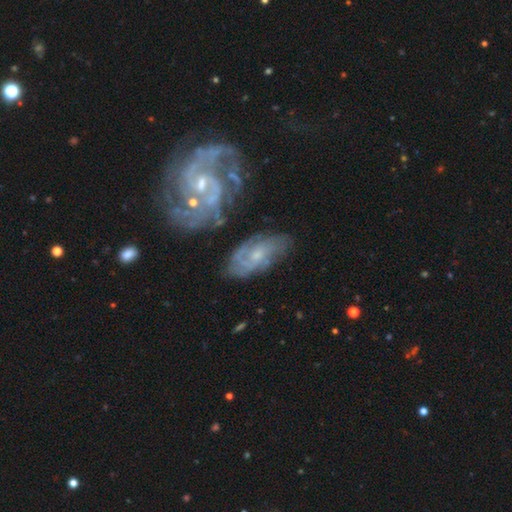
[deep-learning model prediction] Q: Smooth or featured?
A: featured or disk (75%); runner-up: smooth (17%)
Q: Edge-on disk?
A: no (94%); runner-up: yes (6%)
Q: Bar?
A: no (60%); runner-up: weak (34%)
Q: Spiral arms?
A: yes (89%); runner-up: no (11%)
Q: Spiral winding?
A: tight (47%); runner-up: medium (39%)
Q: Spiral arm count?
A: can't tell (36%); runner-up: 2 (32%)
Q: Bulge size?
A: small (56%); runner-up: moderate (34%)
Q: Merging?
A: none (62%); runner-up: minor disturbance (20%)